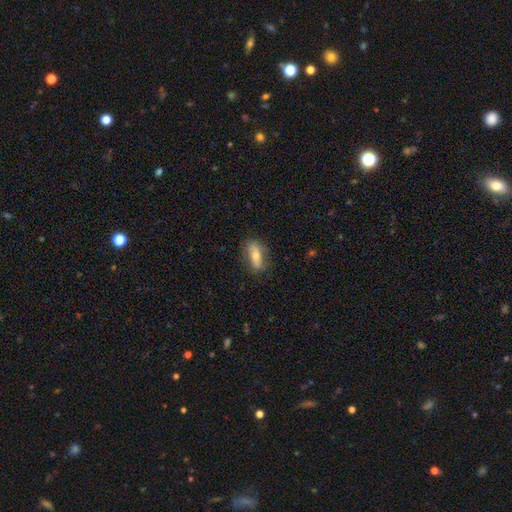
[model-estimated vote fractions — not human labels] Overall: smooth (51%; featured or disk 41%). How rounded: in between (69%). Merging: none (78%).